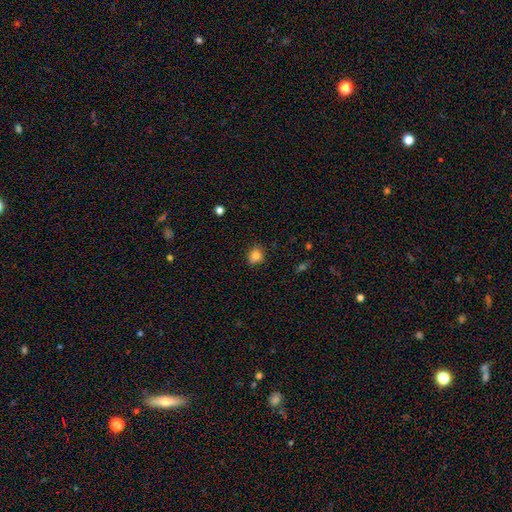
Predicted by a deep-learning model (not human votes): Smooth or featured: smooth — 82% (star or artifact — 11%)
How rounded: round — 77% (in between — 22%)
Merging: none — 77% (minor disturbance — 16%)